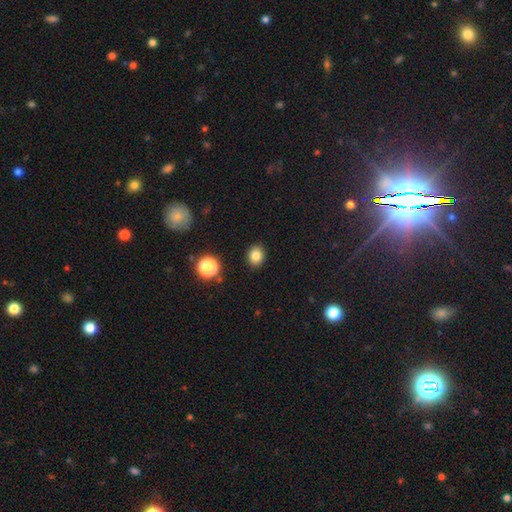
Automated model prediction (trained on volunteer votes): Smooth or featured: smooth — 82% (star or artifact — 12%)
How rounded: round — 60% (in between — 39%)
Merging: none — 90% (minor disturbance — 7%)